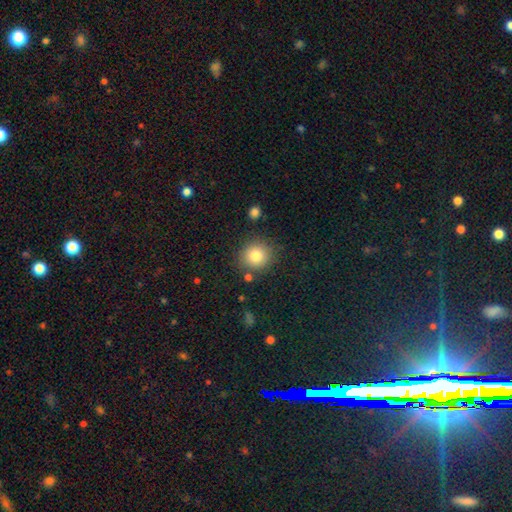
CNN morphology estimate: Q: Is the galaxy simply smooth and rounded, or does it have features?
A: smooth — 82%.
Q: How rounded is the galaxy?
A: round — 87%.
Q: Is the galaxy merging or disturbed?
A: none — 82%.